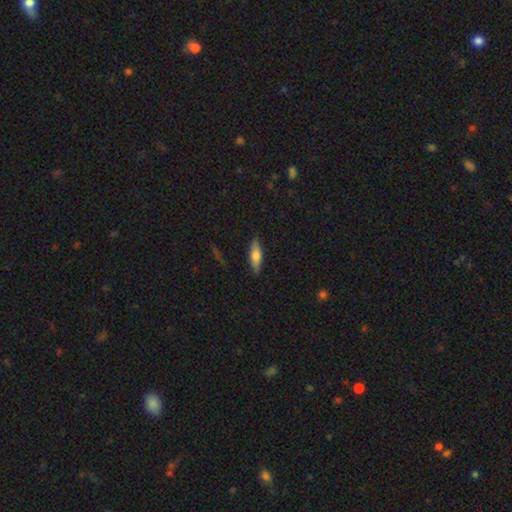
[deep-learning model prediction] Morphology: type=smooth (60%); roundness=cigar-shaped (56%); merging=none (88%).